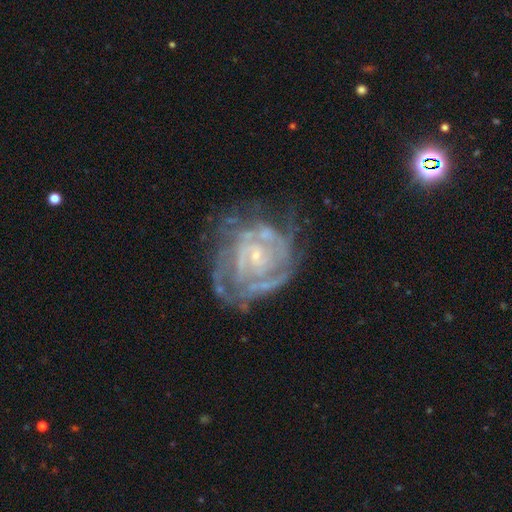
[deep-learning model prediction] Morphology: type=featured or disk (84%); edge-on=no (98%); bar=no (65%); spiral arms=yes (87%); winding=tight (66%); arm count=can't tell (42%); bulge=small (76%); merging=none (54%).